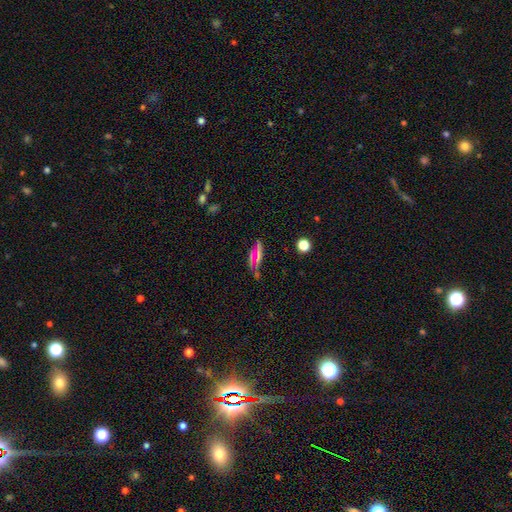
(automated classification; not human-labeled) This appears to be a smooth galaxy with no disk features (42%). Merging: none (61%).